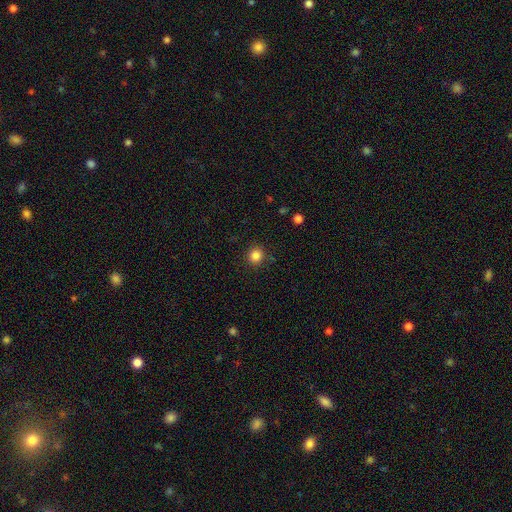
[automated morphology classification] type=smooth (85%); roundness=round (91%); merging=none (89%).